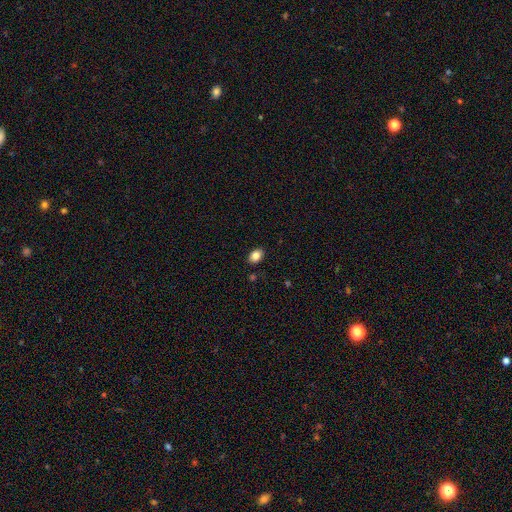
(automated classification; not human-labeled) smooth 85%, star or artifact 9%, featured or disk 5%. Down the decision tree: how rounded — in between (77%); merging — none (88%).